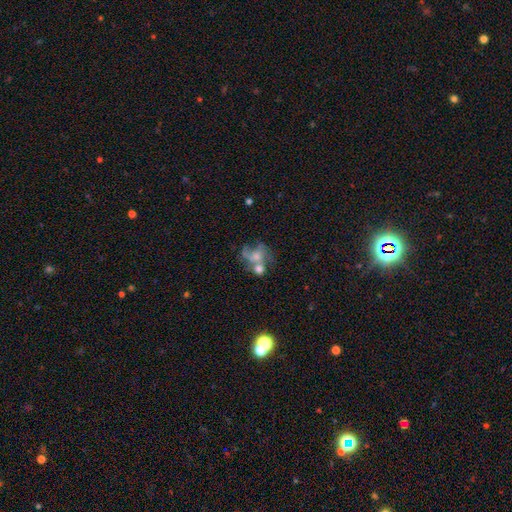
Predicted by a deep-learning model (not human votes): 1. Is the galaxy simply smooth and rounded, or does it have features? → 54% featured or disk, 34% smooth, 12% star or artifact.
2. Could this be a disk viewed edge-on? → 97% no, 3% yes.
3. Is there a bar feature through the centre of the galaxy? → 79% no, 18% weak, 3% strong.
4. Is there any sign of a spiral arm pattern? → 64% yes, 36% no.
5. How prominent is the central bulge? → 41% moderate, 28% small, 17% none, 10% large, 3% dominant.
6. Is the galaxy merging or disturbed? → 37% merger, 28% none, 22% major disturbance, 14% minor disturbance.